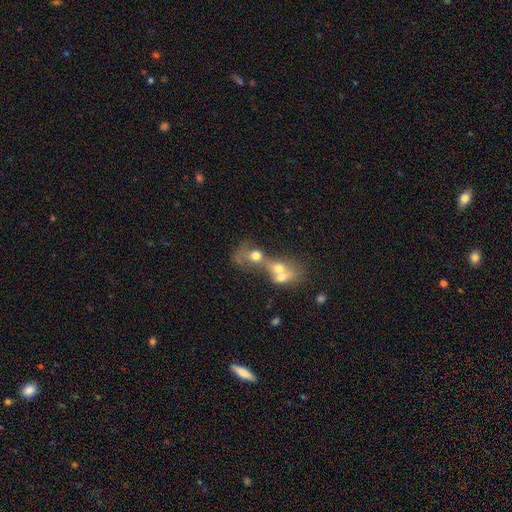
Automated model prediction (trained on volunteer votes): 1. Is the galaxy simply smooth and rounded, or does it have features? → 58% smooth, 29% featured or disk, 13% star or artifact.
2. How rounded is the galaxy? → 56% round, 41% in between, 3% cigar-shaped.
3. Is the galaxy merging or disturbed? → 74% merger, 12% none, 9% major disturbance, 5% minor disturbance.